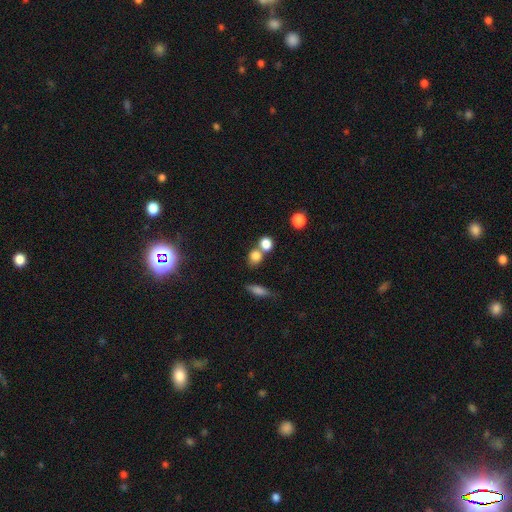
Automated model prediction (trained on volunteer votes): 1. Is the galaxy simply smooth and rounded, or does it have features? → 80% smooth, 12% star or artifact, 7% featured or disk.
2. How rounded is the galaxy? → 74% round, 24% in between, 2% cigar-shaped.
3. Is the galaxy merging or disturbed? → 50% none, 38% merger, 8% minor disturbance, 4% major disturbance.